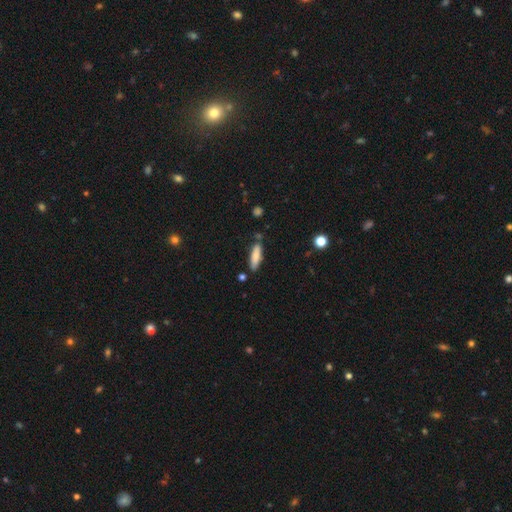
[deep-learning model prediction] A smooth galaxy with no disk features (82%) that is cigar-shaped (58%).

Vote fractions:
- Smooth or featured? smooth: 82% / featured or disk: 12% / star or artifact: 6%
- How rounded? cigar-shaped: 58% / in between: 41% / round: 2%
- Merging? none: 77% / minor disturbance: 16% / merger: 4% / major disturbance: 3%